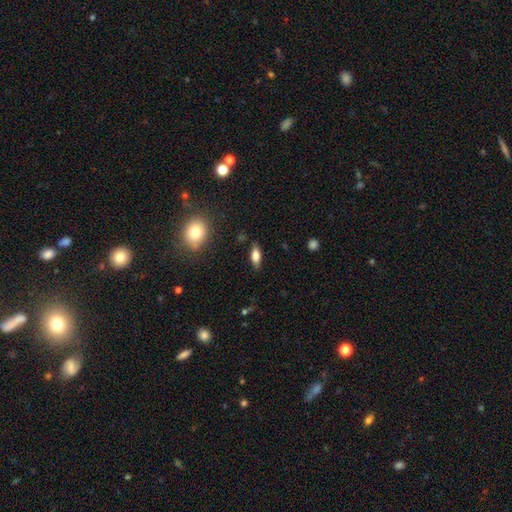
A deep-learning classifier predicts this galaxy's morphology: Q: Smooth or featured?
A: smooth (71%); runner-up: featured or disk (20%)
Q: How rounded?
A: in between (77%); runner-up: cigar-shaped (19%)
Q: Merging?
A: none (83%); runner-up: minor disturbance (13%)